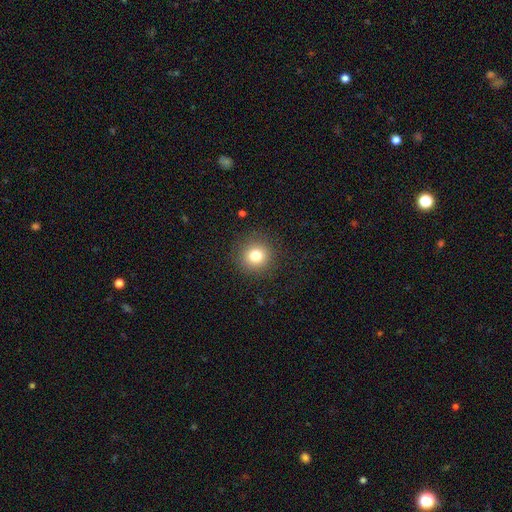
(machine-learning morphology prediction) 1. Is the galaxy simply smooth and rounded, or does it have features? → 79% smooth, 12% star or artifact, 9% featured or disk.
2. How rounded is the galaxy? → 94% round, 5% in between, 1% cigar-shaped.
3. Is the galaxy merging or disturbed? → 90% none, 6% minor disturbance, 3% major disturbance, 1% merger.